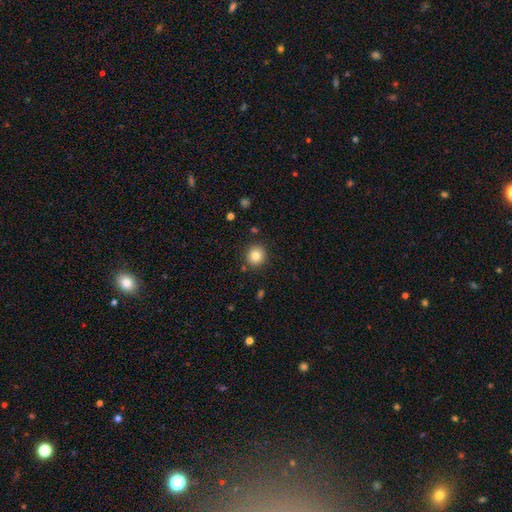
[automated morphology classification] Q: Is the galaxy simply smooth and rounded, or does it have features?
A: smooth — 83%.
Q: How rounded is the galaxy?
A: round — 89%.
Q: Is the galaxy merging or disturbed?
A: none — 89%.